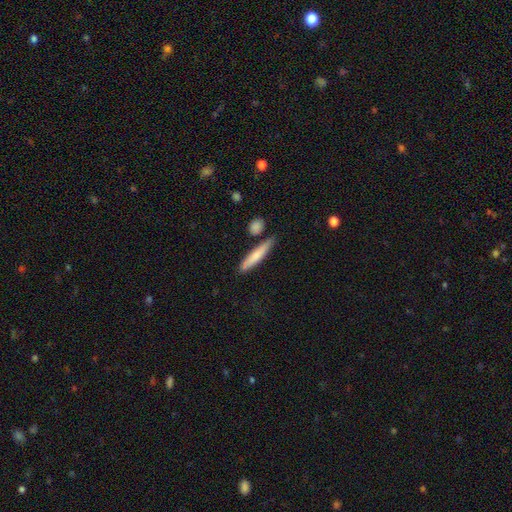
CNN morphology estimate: Overall: smooth (70%). How rounded: cigar-shaped (89%). Merging: none (76%).